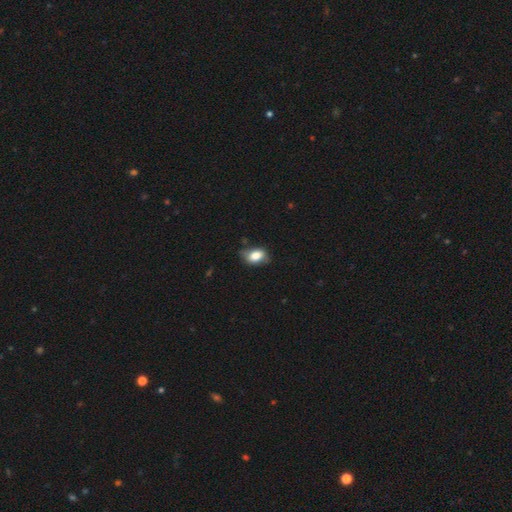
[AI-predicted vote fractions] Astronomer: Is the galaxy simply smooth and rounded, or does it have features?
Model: smooth — 77%.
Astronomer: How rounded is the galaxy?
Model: in between — 83%.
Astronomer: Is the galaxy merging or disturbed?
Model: none — 63%.